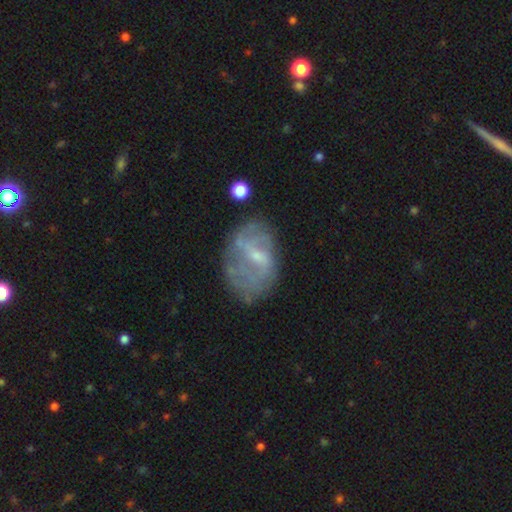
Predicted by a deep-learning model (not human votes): A featured or disk galaxy (66%) with a weak bar (55%), spiral arms (60%) and a small central bulge (59%).

Vote fractions:
- Smooth or featured? featured or disk: 66% / smooth: 25% / star or artifact: 9%
- Edge-on disk? no: 96% / yes: 4%
- Bar? weak: 55% / no: 28% / strong: 17%
- Spiral arms? yes: 60% / no: 40%
- Bulge size? small: 59% / moderate: 25% / none: 14% / large: 1% / dominant: 1%
- Merging? none: 56% / minor disturbance: 24% / major disturbance: 16% / merger: 4%